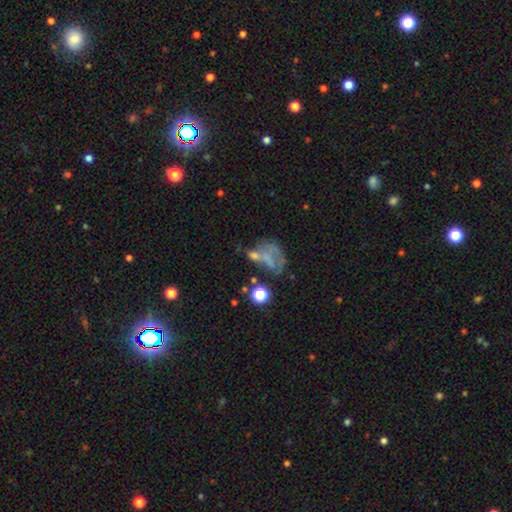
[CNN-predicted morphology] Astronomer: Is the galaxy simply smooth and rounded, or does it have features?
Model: featured or disk — 42% (runner-up: smooth, 37%).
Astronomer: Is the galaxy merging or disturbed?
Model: major disturbance — 35% (runner-up: none, 27%).